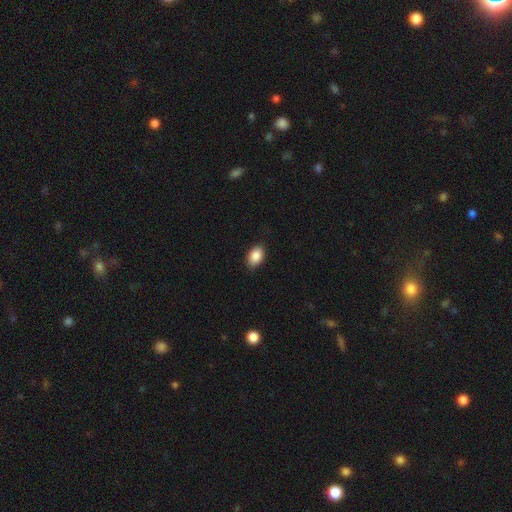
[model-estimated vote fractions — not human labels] Smooth or featured: smooth — 88% (star or artifact — 7%)
How rounded: in between — 88% (round — 11%)
Merging: none — 87% (minor disturbance — 10%)